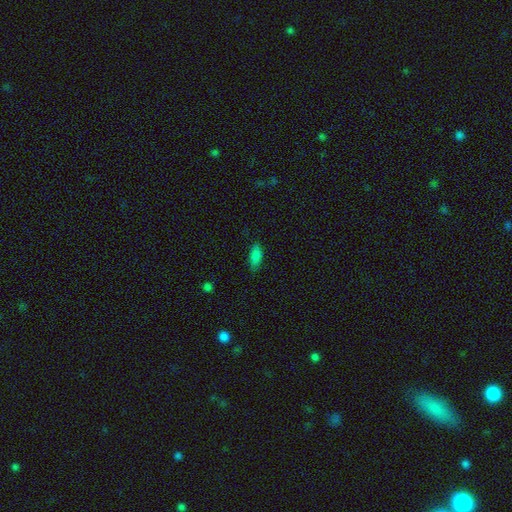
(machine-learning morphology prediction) The model was most divided on "how rounded": in between: 78%, cigar-shaped: 20%, round: 2%. More confident: smooth or featured — smooth (84%); merging — none (81%).